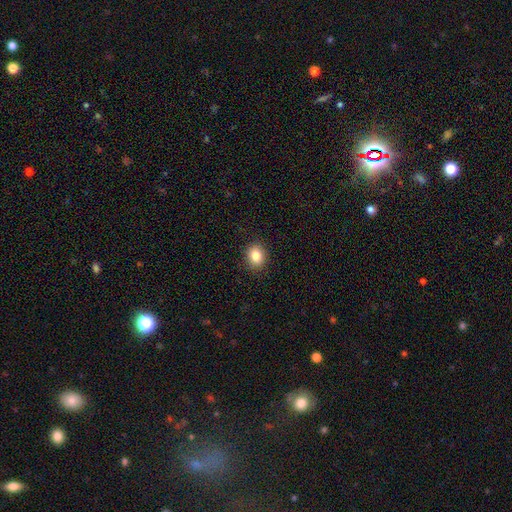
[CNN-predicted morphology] smooth_or_featured: smooth (p=0.85) [alt: star or artifact p=0.09]
how_rounded: round (p=0.51) [alt: in between p=0.48]
merging: none (p=0.89) [alt: minor disturbance p=0.08]